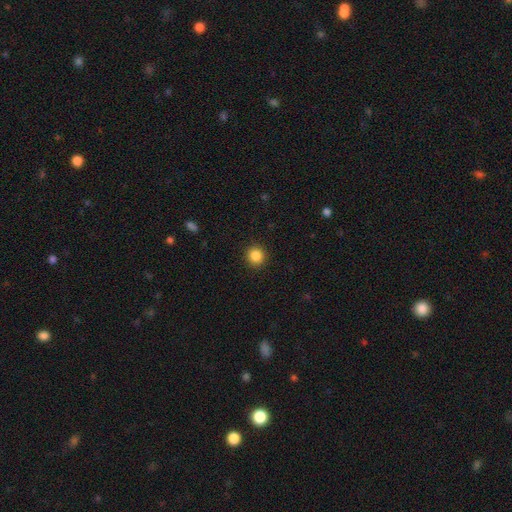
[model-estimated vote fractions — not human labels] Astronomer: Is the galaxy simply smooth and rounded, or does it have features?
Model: smooth — 86%.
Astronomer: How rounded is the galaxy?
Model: round — 94%.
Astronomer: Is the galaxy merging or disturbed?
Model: none — 92%.